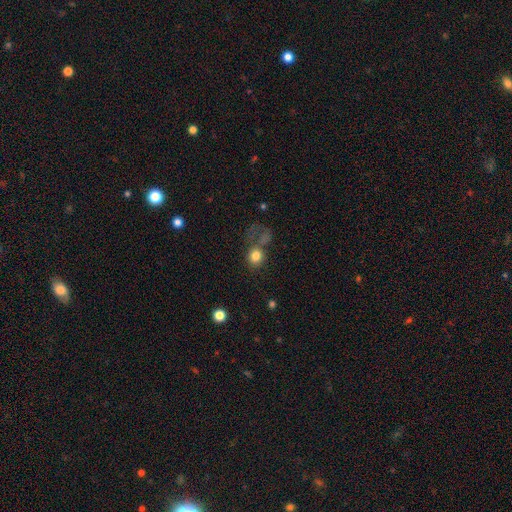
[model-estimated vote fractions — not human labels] A smooth galaxy with no disk features (79%) that is round (76%).

Vote fractions:
- Smooth or featured? smooth: 79% / star or artifact: 11% / featured or disk: 10%
- How rounded? round: 76% / in between: 23% / cigar-shaped: 1%
- Merging? none: 41% / major disturbance: 24% / merger: 21% / minor disturbance: 14%